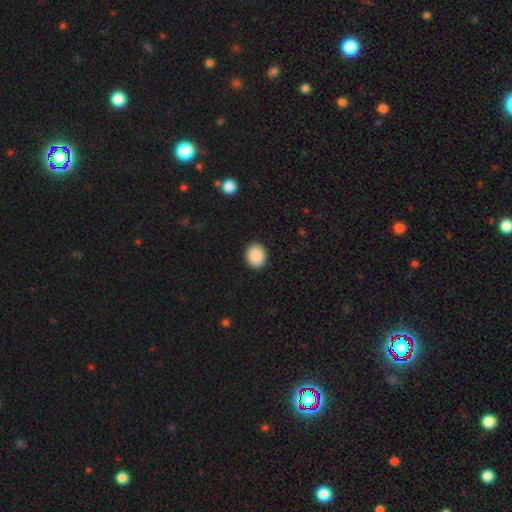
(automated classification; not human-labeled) Overall: smooth (90%). How rounded: round (57%; in between 43%). Merging: none (92%).